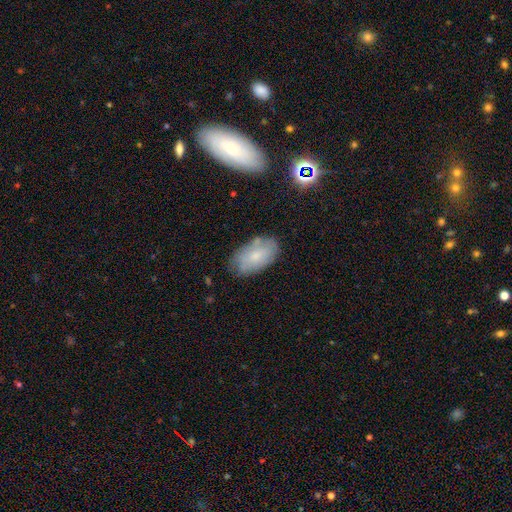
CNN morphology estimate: Smooth or featured? Predicted: smooth (p=0.67). How rounded? Predicted: in between (p=0.94). Merging? Predicted: none (p=0.73).